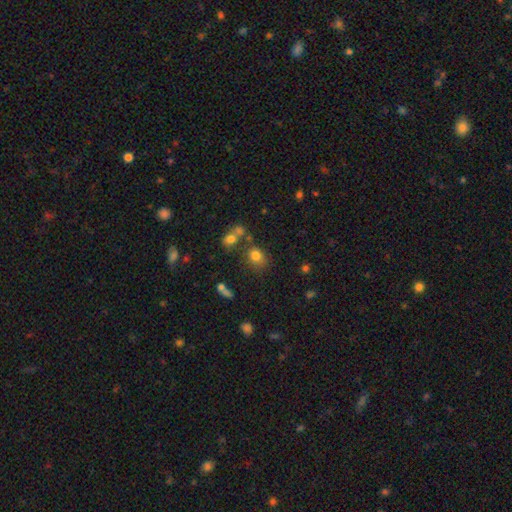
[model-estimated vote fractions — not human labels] The model was most divided on "how rounded": round: 62%, in between: 37%, cigar-shaped: 1%. More confident: smooth or featured — smooth (77%); merging — none (66%).